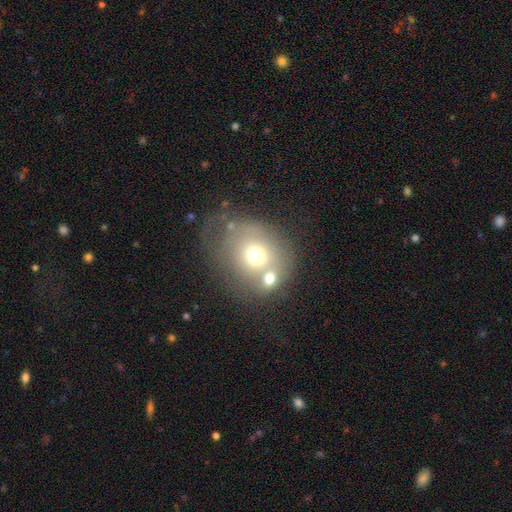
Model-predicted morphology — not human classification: Overall: smooth (59%; featured or disk 28%). How rounded: round (65%; in between 34%). Merging: none (38%; merger 33%).